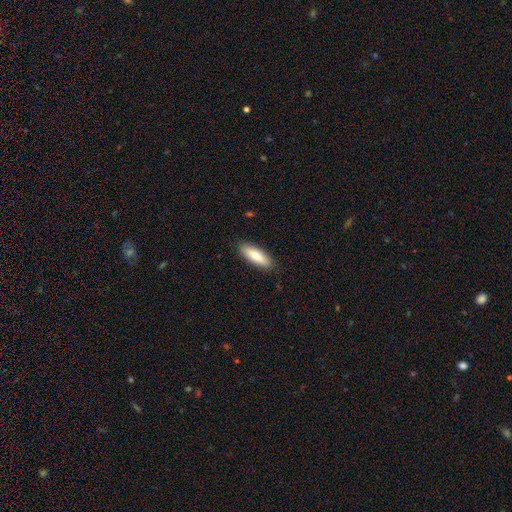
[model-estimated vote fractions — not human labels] Q: Smooth or featured?
A: smooth (79%); runner-up: featured or disk (16%)
Q: How rounded?
A: in between (62%); runner-up: cigar-shaped (36%)
Q: Merging?
A: none (88%); runner-up: minor disturbance (9%)